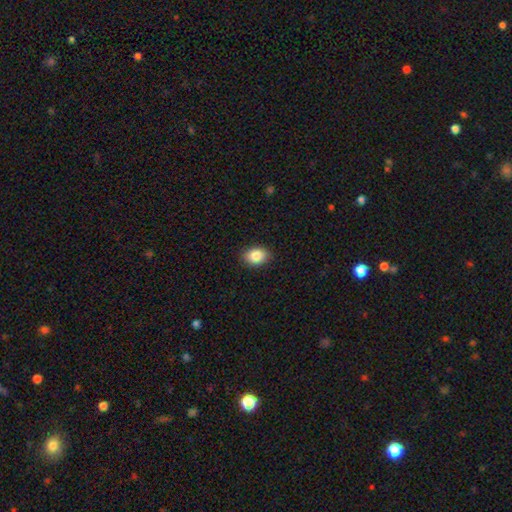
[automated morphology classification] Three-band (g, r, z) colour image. It shows a smooth galaxy with no disk features (86%) that is in between round and cigar-shaped (68%). Merging: none (88%).